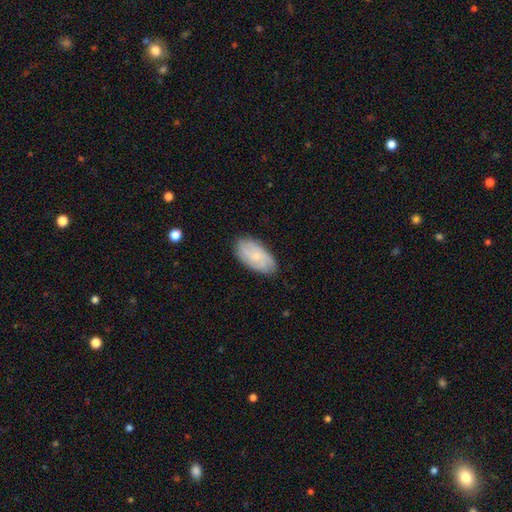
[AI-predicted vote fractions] Smooth or featured: smooth — 48% (featured or disk — 45%)
Merging: none — 81% (minor disturbance — 15%)